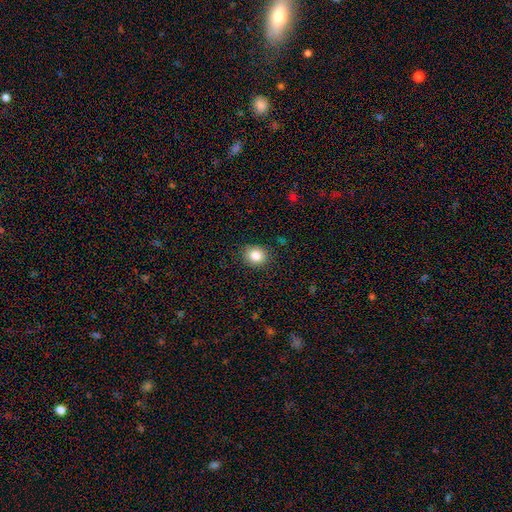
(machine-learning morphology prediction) The model was most divided on "how rounded": round: 65%, in between: 34%, cigar-shaped: 1%. More confident: merging — none (88%); smooth or featured — smooth (84%).